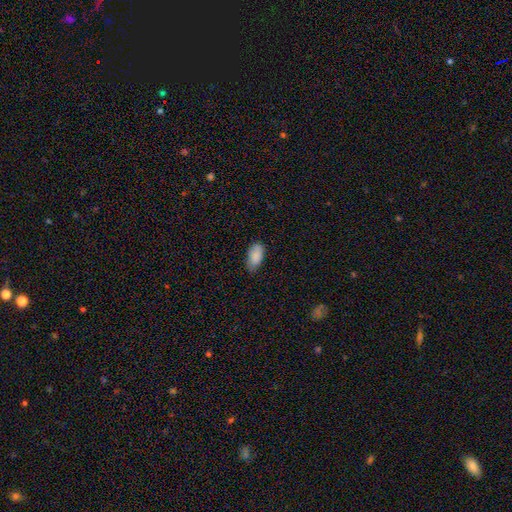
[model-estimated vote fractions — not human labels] smooth-or-featured: smooth: 88% | star or artifact: 7% | featured or disk: 5%
  how-rounded: in between: 94% | cigar-shaped: 3% | round: 3%
  merging: none: 72% | minor disturbance: 24% | major disturbance: 3% | merger: 1%